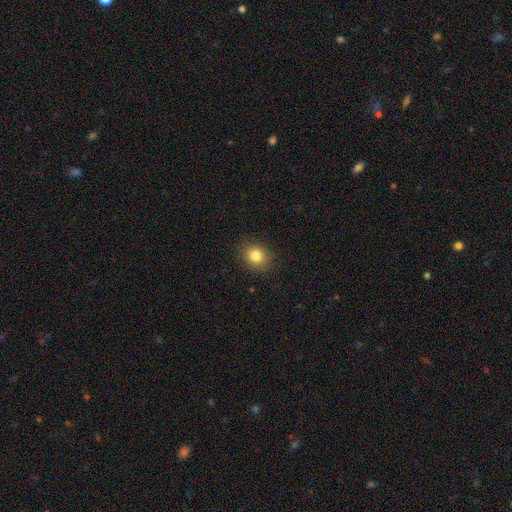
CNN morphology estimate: smooth_or_featured: smooth (p=0.83) [alt: star or artifact p=0.11]
how_rounded: round (p=0.64) [alt: in between p=0.35]
merging: none (p=0.88) [alt: minor disturbance p=0.08]